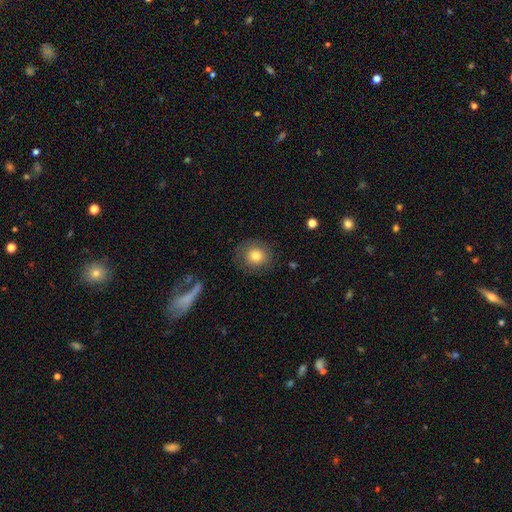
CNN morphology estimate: Smooth or featured? smooth (77%)
How rounded? round (87%)
Merging? none (81%)